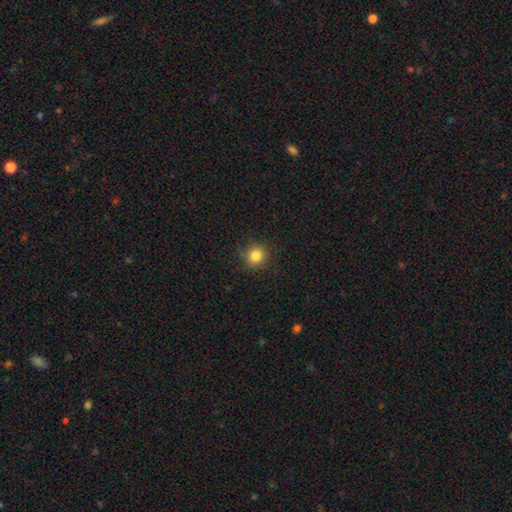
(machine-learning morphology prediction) A smooth galaxy with no disk features (83%) that is round (88%).

Vote fractions:
- Smooth or featured? smooth: 83% / star or artifact: 12% / featured or disk: 5%
- How rounded? round: 88% / in between: 11% / cigar-shaped: 1%
- Merging? none: 82% / minor disturbance: 13% / major disturbance: 4% / merger: 1%